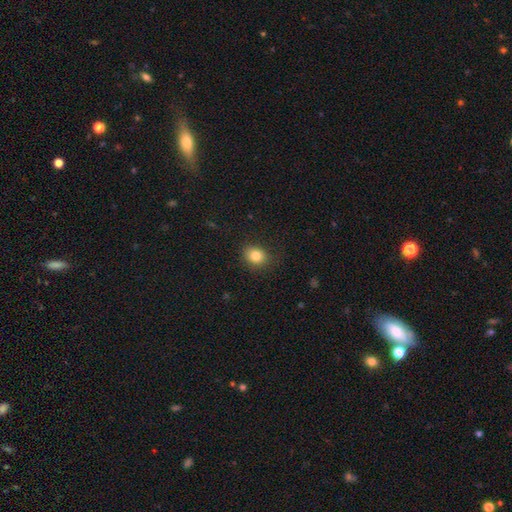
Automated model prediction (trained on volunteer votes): The model was most divided on "how rounded": round: 58%, in between: 41%, cigar-shaped: 1%. More confident: merging — none (84%); smooth or featured — smooth (82%).